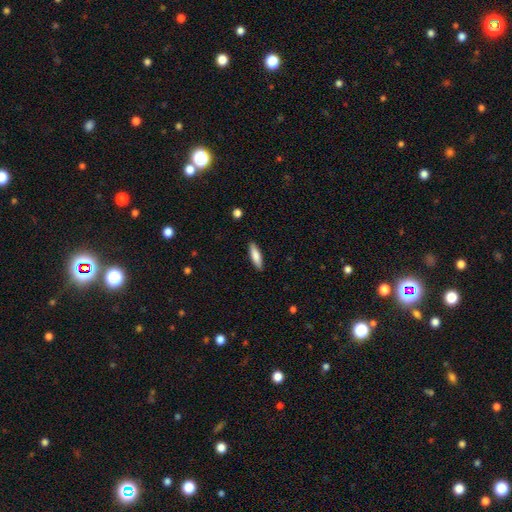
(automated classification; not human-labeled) Smooth or featured? Predicted: smooth (p=0.81). How rounded? Predicted: cigar-shaped (p=0.62). Merging? Predicted: none (p=0.89).